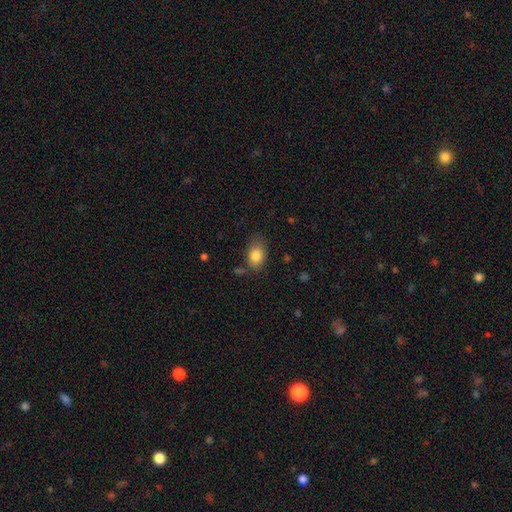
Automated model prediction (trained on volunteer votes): smooth 84%, star or artifact 8%, featured or disk 8%. Down the decision tree: how rounded — in between (81%); merging — none (68%).